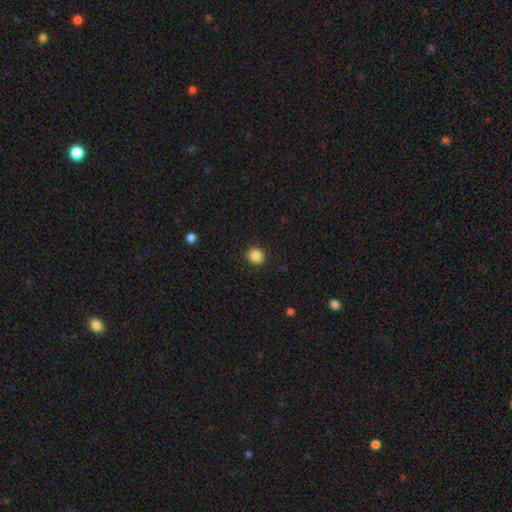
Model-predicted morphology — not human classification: smooth 86%, star or artifact 10%, featured or disk 4%. Down the decision tree: how rounded — round (92%); merging — none (91%).